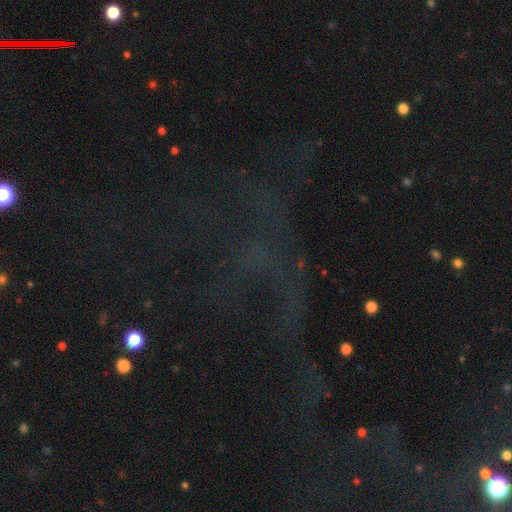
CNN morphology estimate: smooth_or_featured: star or artifact (p=0.63) [alt: featured or disk p=0.20]